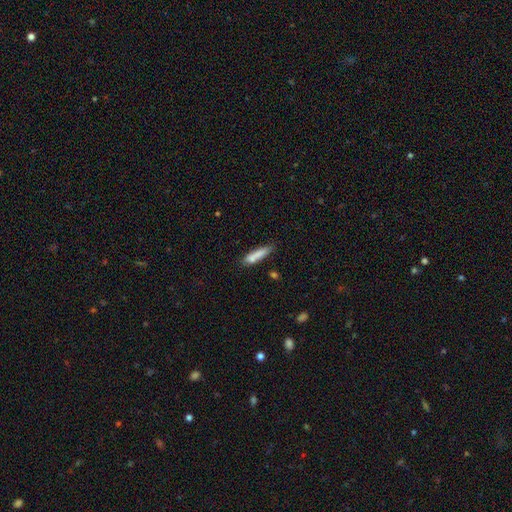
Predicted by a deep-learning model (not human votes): smooth_or_featured: smooth (p=0.81) [alt: featured or disk p=0.12]
how_rounded: cigar-shaped (p=0.82) [alt: in between p=0.17]
merging: none (p=0.68) [alt: minor disturbance p=0.20]